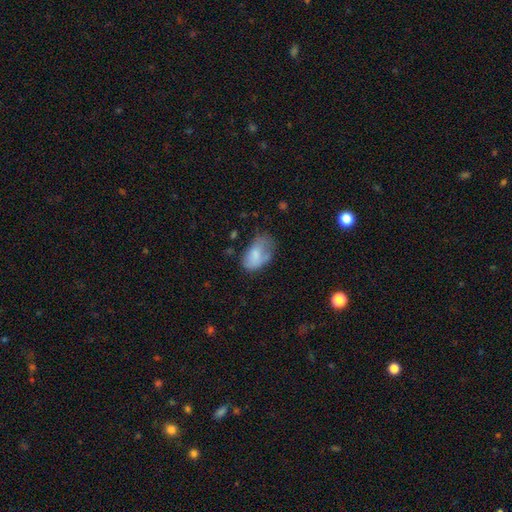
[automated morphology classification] This appears to be a smooth galaxy with no disk features (75%) that is in between round and cigar-shaped (91%). Merging: none (36%, tied with minor disturbance).